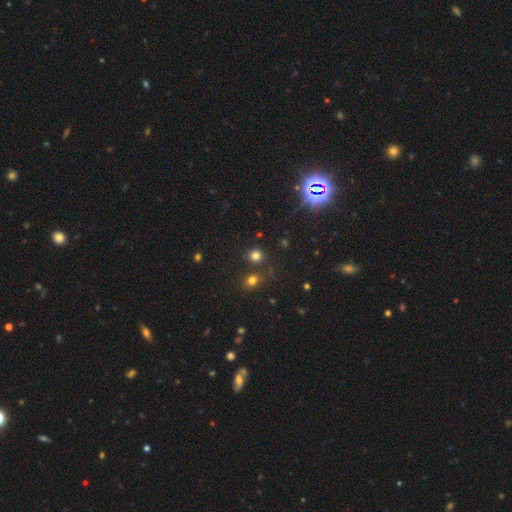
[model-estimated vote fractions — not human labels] Smooth or featured? Predicted: smooth (p=0.75). How rounded? Predicted: round (p=0.86). Merging? Predicted: none (p=0.80).